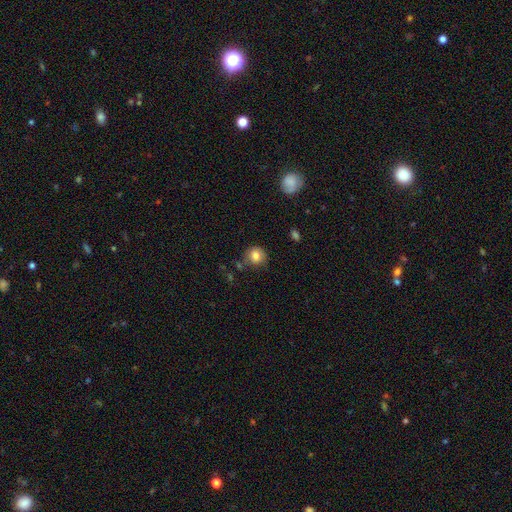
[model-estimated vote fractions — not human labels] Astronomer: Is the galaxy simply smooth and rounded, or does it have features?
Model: smooth — 81%.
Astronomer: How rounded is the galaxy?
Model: round — 85%.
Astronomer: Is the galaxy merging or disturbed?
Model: none — 73%.